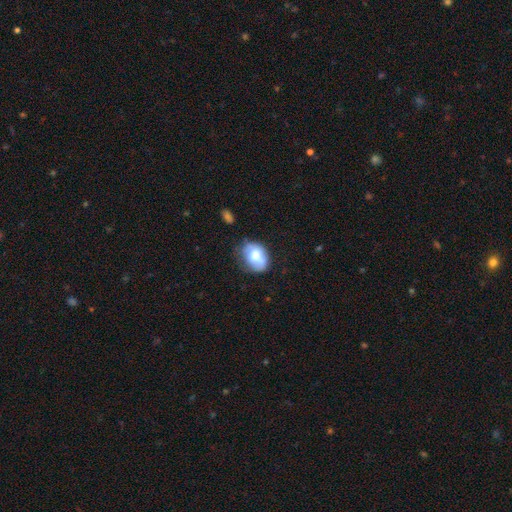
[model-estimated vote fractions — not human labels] Overall: smooth (62%; featured or disk 29%). How rounded: in between (62%; round 36%). Merging: none (47%; minor disturbance 31%).